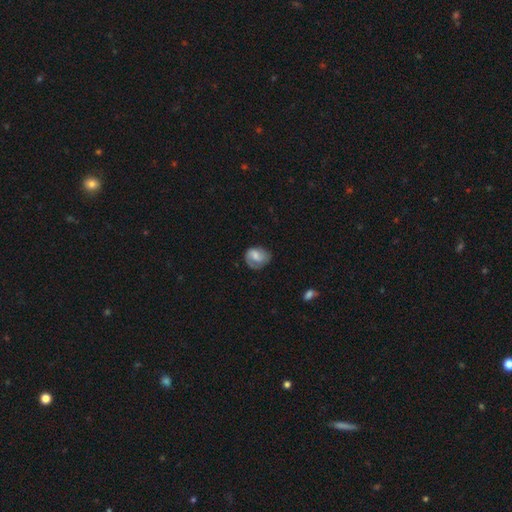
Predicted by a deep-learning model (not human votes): Smooth or featured? smooth (50%)
How rounded? round (55%)
Merging? none (58%)